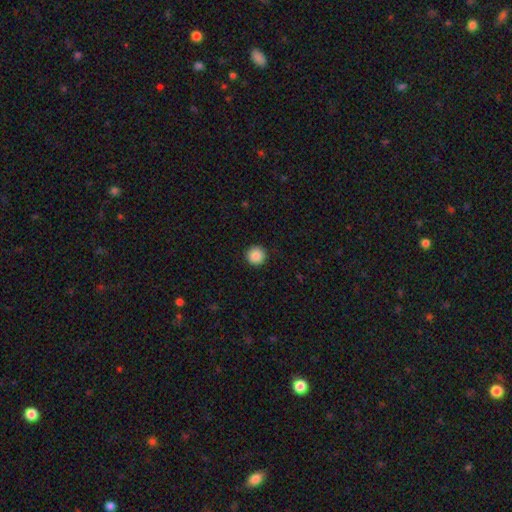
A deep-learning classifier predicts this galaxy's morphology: A smooth galaxy with no disk features (87%) that is round (96%).

Vote fractions:
- Smooth or featured? smooth: 87% / star or artifact: 9% / featured or disk: 4%
- How rounded? round: 96% / in between: 3% / cigar-shaped: 1%
- Merging? none: 93% / minor disturbance: 5% / major disturbance: 2% / merger: 1%